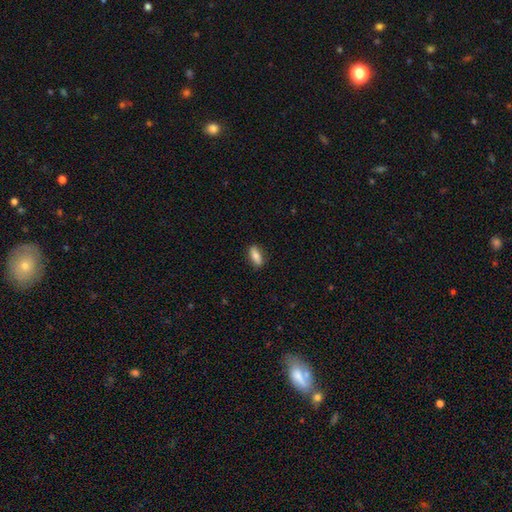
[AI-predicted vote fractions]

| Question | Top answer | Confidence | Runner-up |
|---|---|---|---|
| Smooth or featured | smooth | 78% | featured or disk (15%) |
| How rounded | in between | 72% | cigar-shaped (25%) |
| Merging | none | 86% | minor disturbance (11%) |